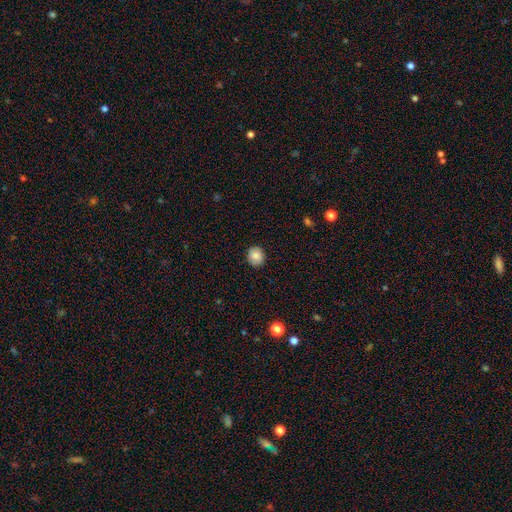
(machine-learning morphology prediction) smooth-or-featured: smooth: 86% | star or artifact: 9% | featured or disk: 6%
  how-rounded: round: 82% | in between: 17% | cigar-shaped: 1%
  merging: none: 90% | minor disturbance: 7% | major disturbance: 2% | merger: 1%